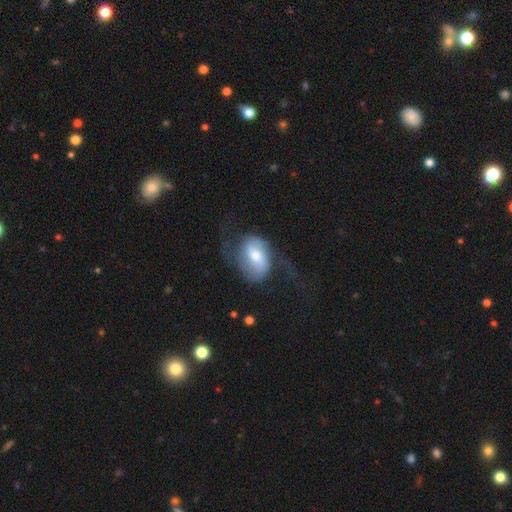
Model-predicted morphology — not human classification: A featured or disk galaxy (57%) with a weak bar (44%), spiral arms (80%) and a moderate central bulge (57%). Merging: none (44%).